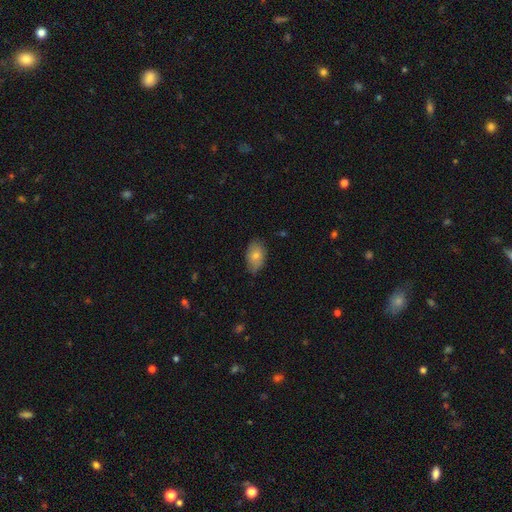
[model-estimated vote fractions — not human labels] Smooth or featured? Predicted: smooth (p=0.73). How rounded? Predicted: in between (p=0.90). Merging? Predicted: none (p=0.73).